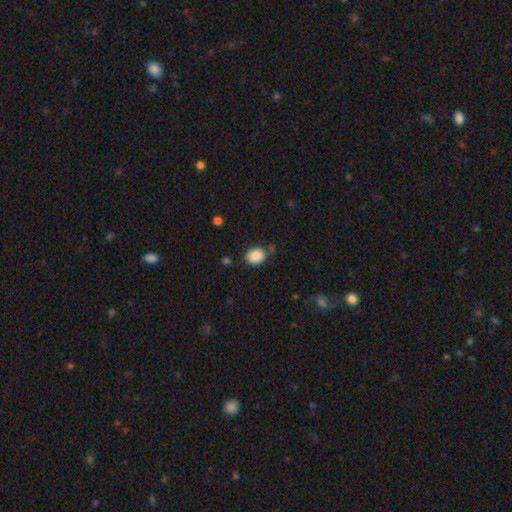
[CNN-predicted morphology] Smooth or featured? Predicted: smooth (p=0.88). How rounded? Predicted: in between (p=0.62). Merging? Predicted: none (p=0.78).